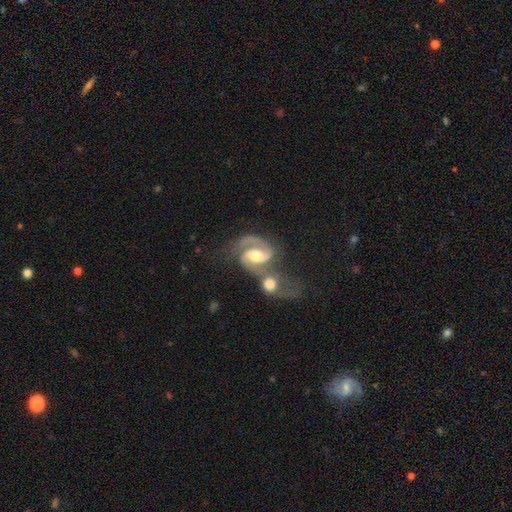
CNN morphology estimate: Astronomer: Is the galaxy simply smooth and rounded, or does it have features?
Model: featured or disk — 90%.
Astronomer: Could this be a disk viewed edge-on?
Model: no — 98%.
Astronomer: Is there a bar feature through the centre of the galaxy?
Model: weak — 44% (runner-up: no, 34%).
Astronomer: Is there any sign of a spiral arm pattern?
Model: yes — 98%.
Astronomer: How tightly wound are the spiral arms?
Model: medium — 56%.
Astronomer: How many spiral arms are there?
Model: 2 — 89%.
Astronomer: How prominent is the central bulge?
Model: moderate — 67%.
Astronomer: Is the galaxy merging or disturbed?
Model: merger — 54%.